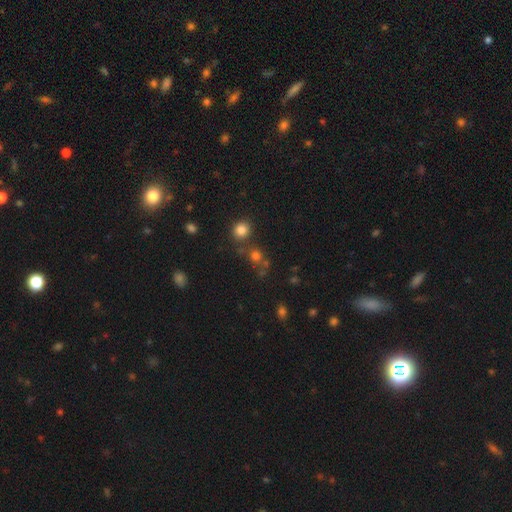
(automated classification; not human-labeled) Smooth or featured? Predicted: smooth (p=0.61). How rounded? Predicted: round (p=0.86). Merging? Predicted: none (p=0.65).